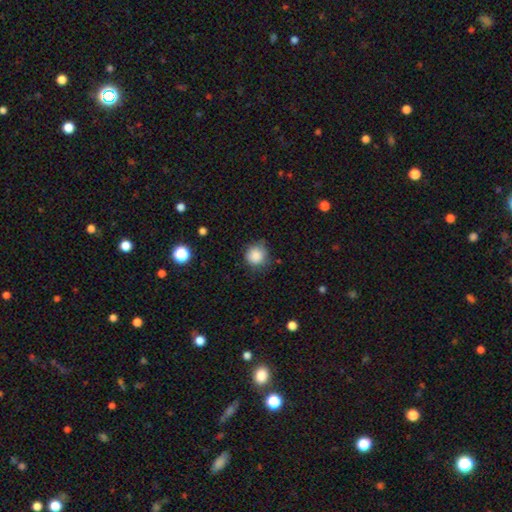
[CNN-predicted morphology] Overall: smooth (86%). How rounded: round (90%). Merging: none (70%).